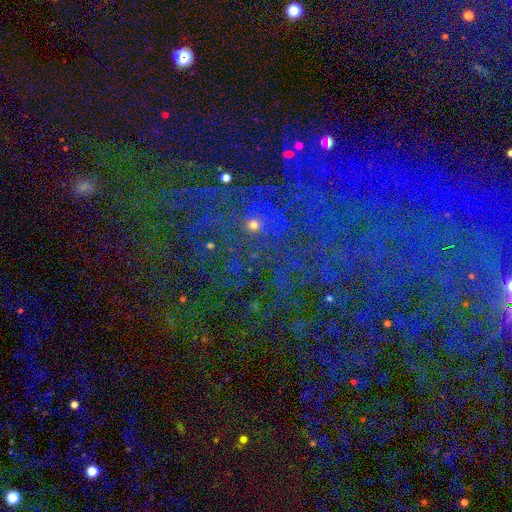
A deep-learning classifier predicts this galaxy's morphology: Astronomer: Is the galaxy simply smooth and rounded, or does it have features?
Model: star or artifact — 67%.